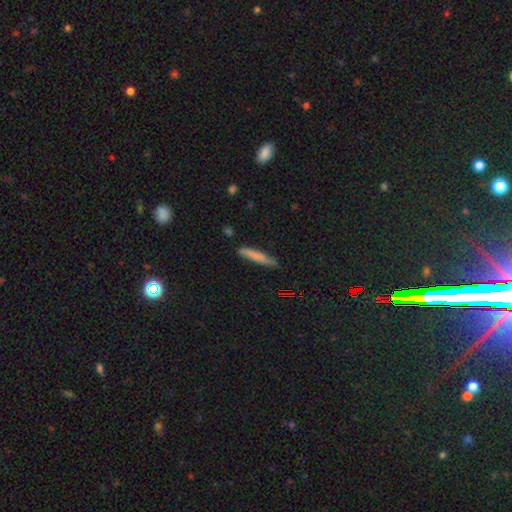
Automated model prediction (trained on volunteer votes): A smooth galaxy with no disk features (76%) that is cigar-shaped (93%).

Vote fractions:
- Smooth or featured? smooth: 76% / featured or disk: 17% / star or artifact: 7%
- How rounded? cigar-shaped: 93% / in between: 6% / round: 1%
- Merging? none: 80% / minor disturbance: 15% / major disturbance: 3% / merger: 2%